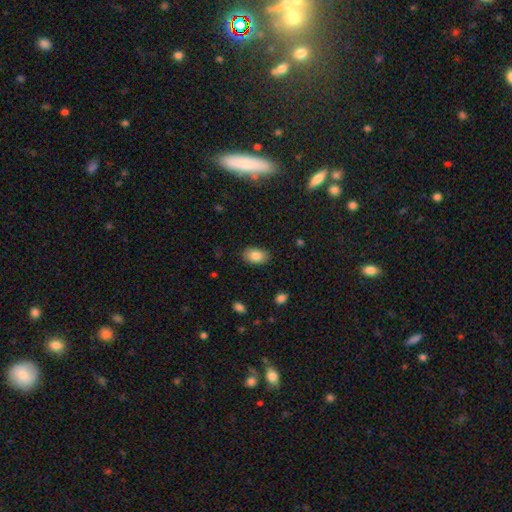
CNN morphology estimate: Smooth or featured? Predicted: smooth (p=0.84). How rounded? Predicted: in between (p=0.89). Merging? Predicted: none (p=0.86).